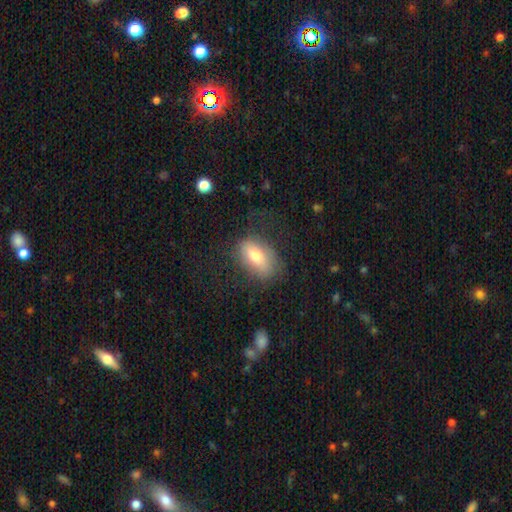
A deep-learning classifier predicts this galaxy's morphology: This is likely a smooth galaxy (71%). How rounded: clearly in between (88%). Merging: likely none (64%).